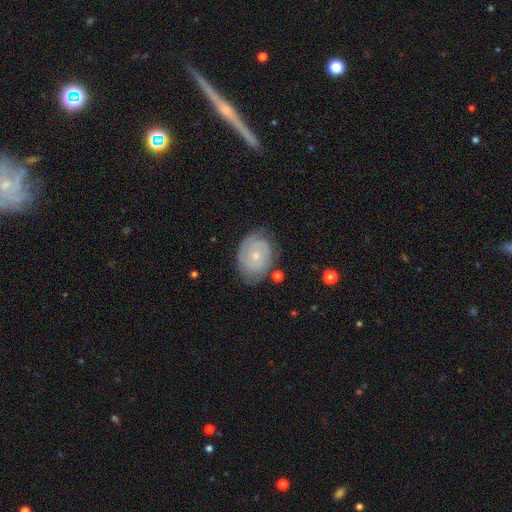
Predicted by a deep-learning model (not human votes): Smooth or featured? Predicted: featured or disk (p=0.66). Edge-on disk? Predicted: no (p=0.96). Bar? Predicted: no (p=0.81). Spiral arms? Predicted: yes (p=0.81). Spiral winding? Predicted: tight (p=0.69). Spiral arm count? Predicted: 2 (p=0.41). Bulge size? Predicted: small (p=0.72). Merging? Predicted: none (p=0.67).